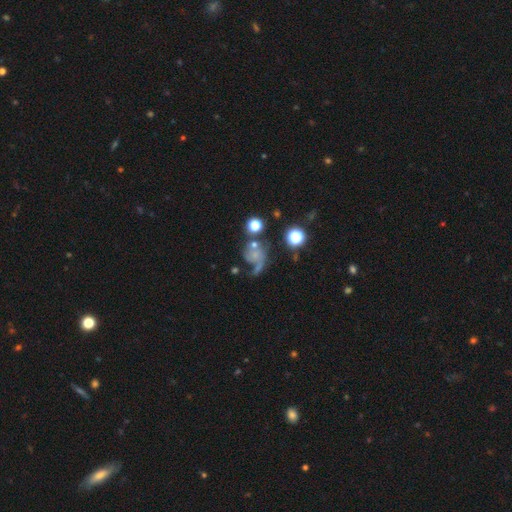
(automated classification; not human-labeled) Smooth or featured?
  - featured or disk: 55% *
  - smooth: 28%
  - star or artifact: 17%
Edge-on disk?
  - no: 98% *
  - yes: 2%
Bar?
  - no: 83% *
  - weak: 14%
  - strong: 3%
Spiral arms?
  - yes: 72% *
  - no: 28%
Bulge size?
  - none: 44% *
  - small: 41%
  - moderate: 11%
  - large: 3%
  - dominant: 2%
Merging?
  - major disturbance: 36% *
  - none: 30%
  - minor disturbance: 18%
  - merger: 16%